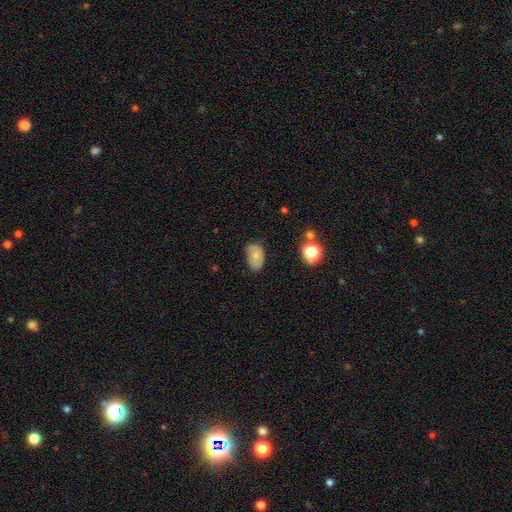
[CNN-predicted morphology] Overall: smooth (66%). How rounded: in between (85%). Merging: none (67%).